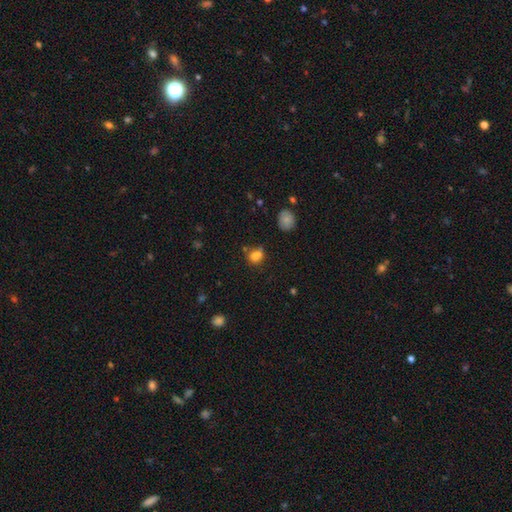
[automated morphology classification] type=smooth (74%); roundness=round (64%); merging=none (47%).